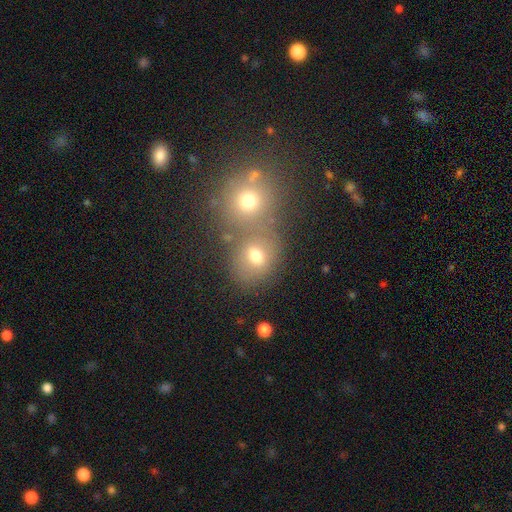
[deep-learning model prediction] Smooth or featured: smooth — 70% (star or artifact — 15%)
How rounded: round — 63% (in between — 36%)
Merging: merger — 48% (none — 39%)